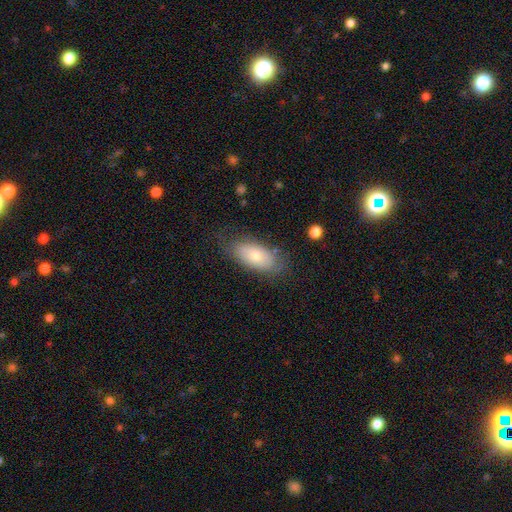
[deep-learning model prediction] Morphology: type=smooth (72%); roundness=in between (88%); merging=none (74%).